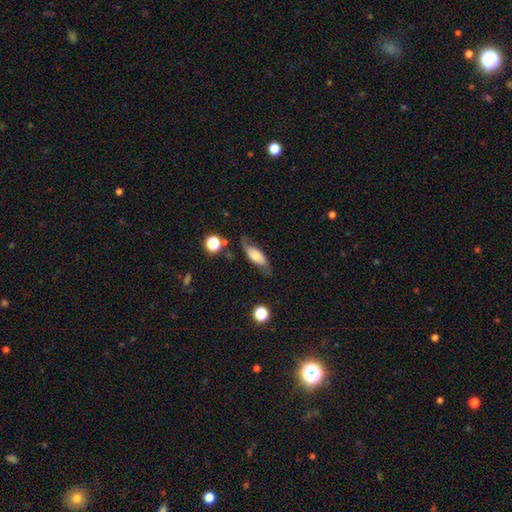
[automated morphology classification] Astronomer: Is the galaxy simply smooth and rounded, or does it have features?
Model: smooth — 54% (runner-up: featured or disk, 38%).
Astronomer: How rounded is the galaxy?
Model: in between — 69%.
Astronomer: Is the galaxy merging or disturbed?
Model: none — 63%.